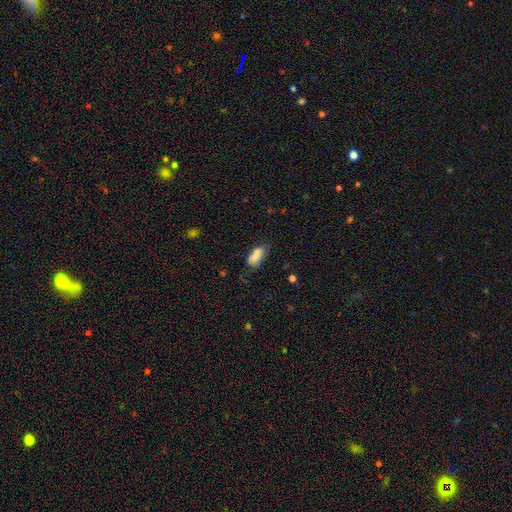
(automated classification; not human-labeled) This appears to be a smooth galaxy with no disk features (80%) that is in between round and cigar-shaped (87%). Merging: none (50%).